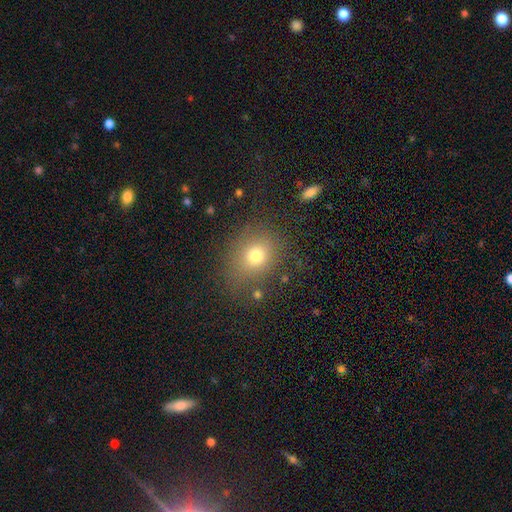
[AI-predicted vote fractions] Smooth or featured: smooth — 74% (star or artifact — 15%)
How rounded: round — 57% (in between — 42%)
Merging: none — 76% (minor disturbance — 14%)